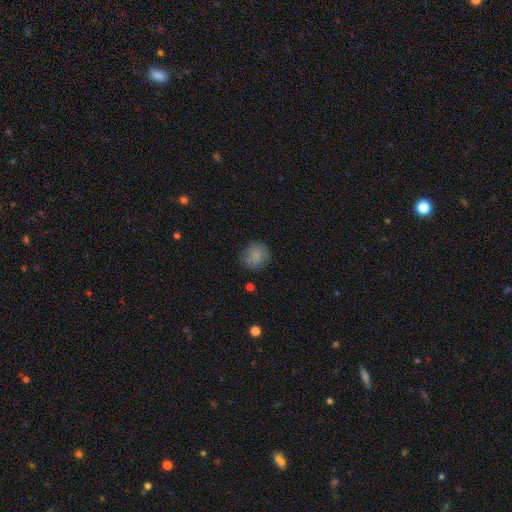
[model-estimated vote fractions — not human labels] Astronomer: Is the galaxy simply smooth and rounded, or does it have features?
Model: smooth — 83%.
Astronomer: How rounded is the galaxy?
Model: round — 89%.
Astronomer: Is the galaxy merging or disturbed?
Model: none — 79%.